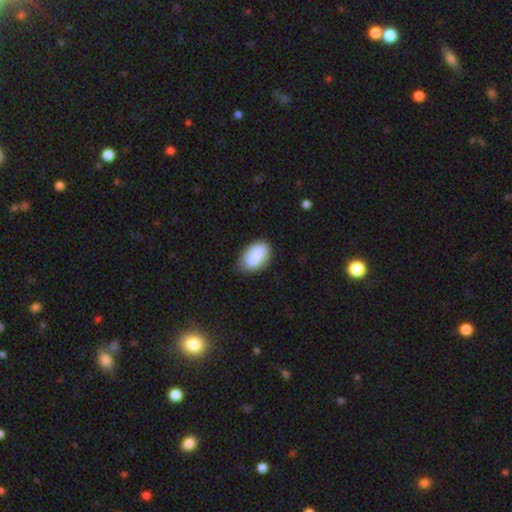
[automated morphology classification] This is clearly a smooth galaxy (84%). How rounded: clearly in between (91%). Merging: likely none (67%).